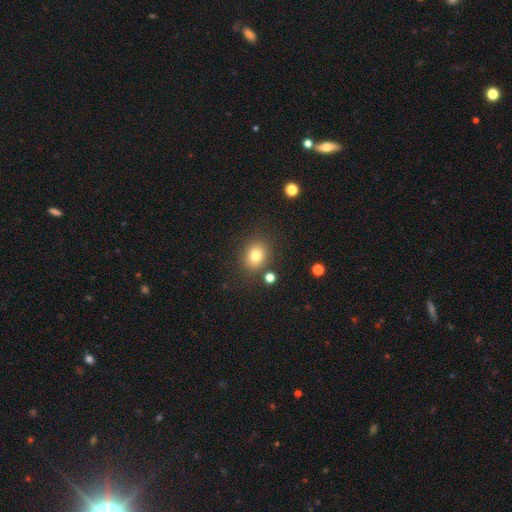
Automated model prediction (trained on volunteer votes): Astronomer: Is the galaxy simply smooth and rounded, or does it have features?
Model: smooth — 79%.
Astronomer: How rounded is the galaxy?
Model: round — 59% (runner-up: in between, 40%).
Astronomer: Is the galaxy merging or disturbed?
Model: none — 81%.